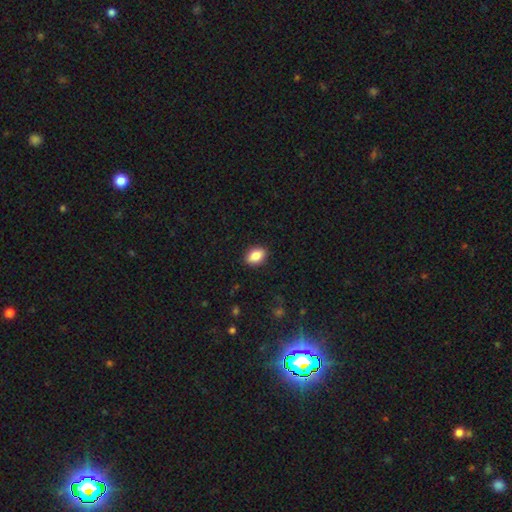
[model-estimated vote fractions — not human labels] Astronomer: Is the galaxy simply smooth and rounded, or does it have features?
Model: smooth — 85%.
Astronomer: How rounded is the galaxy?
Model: in between — 83%.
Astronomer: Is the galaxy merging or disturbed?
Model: none — 89%.